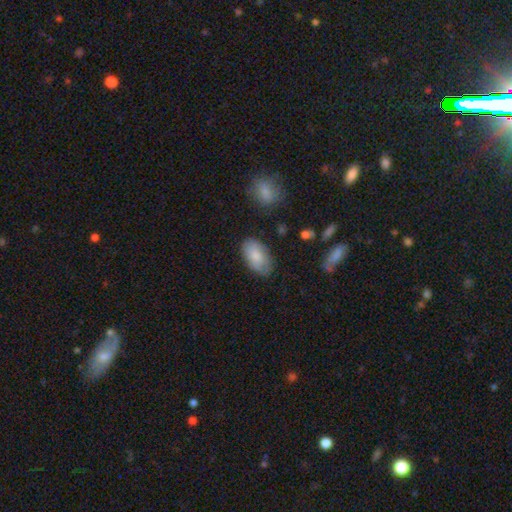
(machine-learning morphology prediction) Smooth or featured? Predicted: smooth (p=0.80). How rounded? Predicted: in between (p=0.94). Merging? Predicted: none (p=0.77).